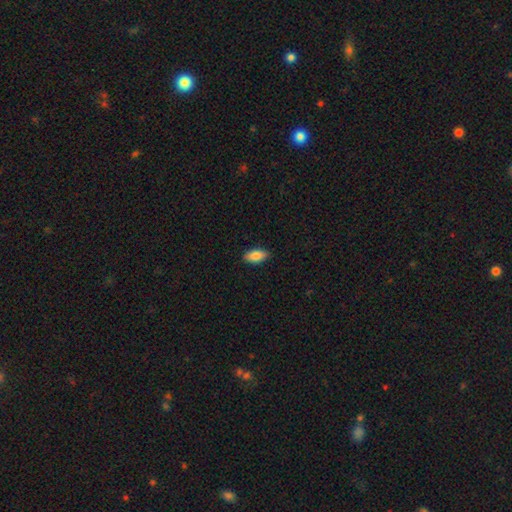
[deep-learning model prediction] smooth-or-featured: smooth: 86% | featured or disk: 8% | star or artifact: 7%
  how-rounded: in between: 88% | cigar-shaped: 9% | round: 3%
  merging: none: 88% | minor disturbance: 9% | major disturbance: 2% | merger: 1%